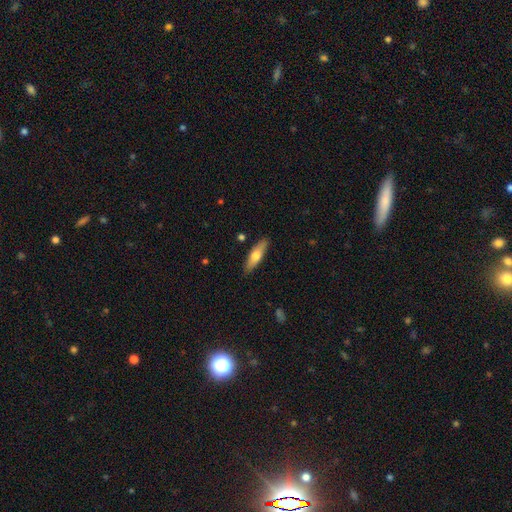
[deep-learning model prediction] smooth-or-featured: smooth: 60% | featured or disk: 34% | star or artifact: 6%
  how-rounded: cigar-shaped: 60% | in between: 38% | round: 2%
  merging: none: 88% | minor disturbance: 9% | major disturbance: 2% | merger: 1%